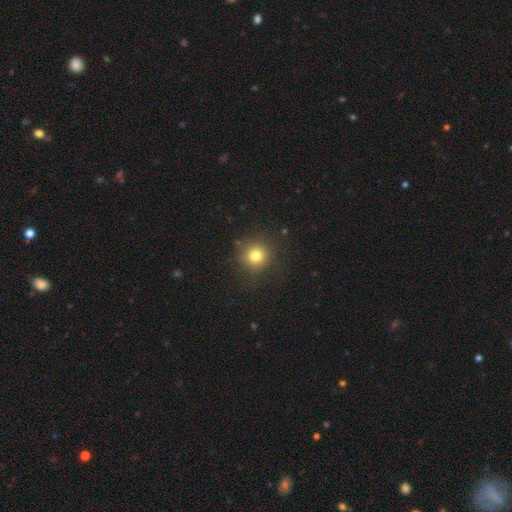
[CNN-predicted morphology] A smooth galaxy with no disk features (78%) that is round (94%).

Vote fractions:
- Smooth or featured? smooth: 78% / star or artifact: 14% / featured or disk: 8%
- How rounded? round: 94% / in between: 5% / cigar-shaped: 1%
- Merging? none: 87% / minor disturbance: 8% / major disturbance: 3% / merger: 1%